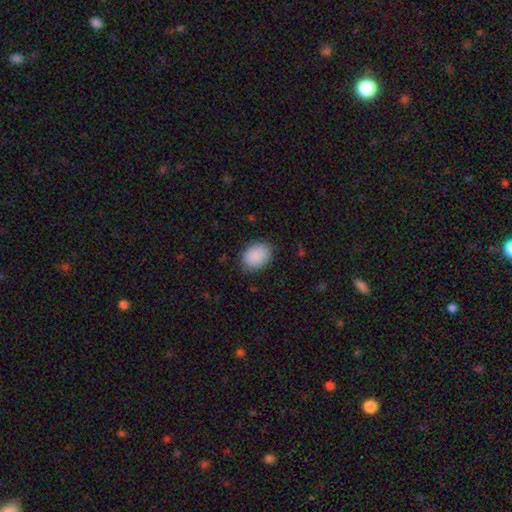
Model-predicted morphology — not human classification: Smooth or featured? smooth (89%)
How rounded? in between (65%)
Merging? none (83%)